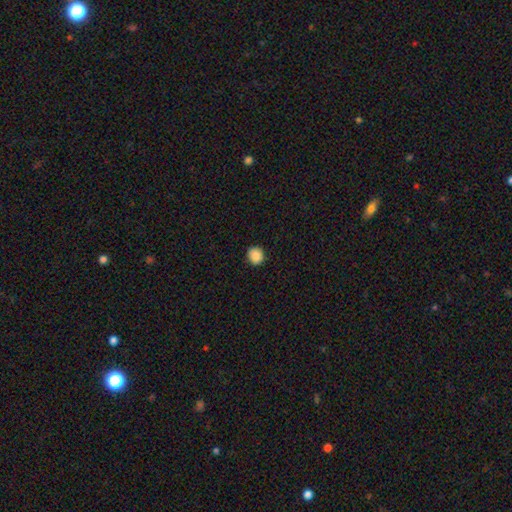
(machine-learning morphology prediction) This appears to be a smooth galaxy with no disk features (88%) that is round (83%). Merging: none (91%).